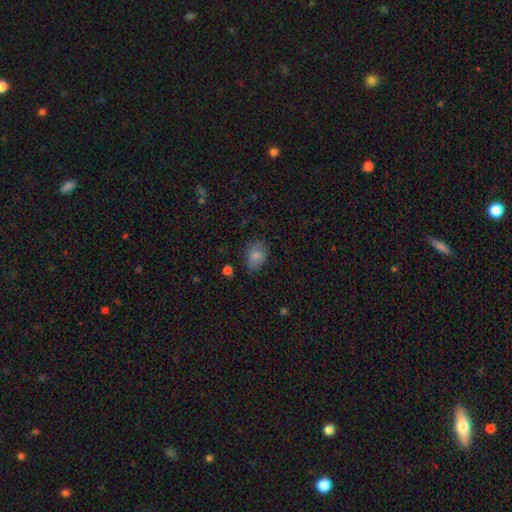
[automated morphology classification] smooth 80%, featured or disk 10%, star or artifact 10%. Down the decision tree: how rounded — in between (75%); merging — none (63%).